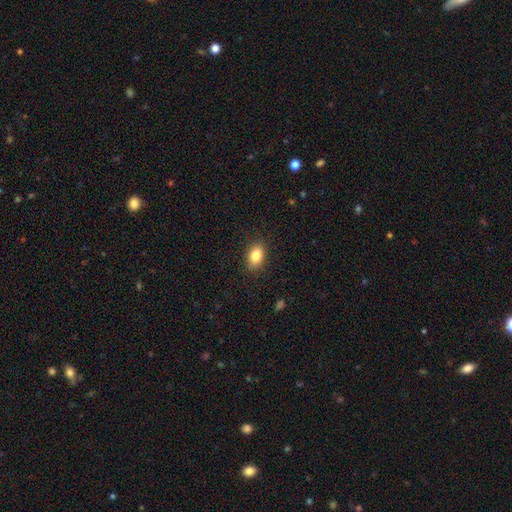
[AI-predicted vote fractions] A smooth galaxy with no disk features (83%) that is in between round and cigar-shaped (85%).

Vote fractions:
- Smooth or featured? smooth: 83% / featured or disk: 9% / star or artifact: 8%
- How rounded? in between: 85% / round: 12% / cigar-shaped: 3%
- Merging? none: 87% / minor disturbance: 9% / major disturbance: 2% / merger: 1%